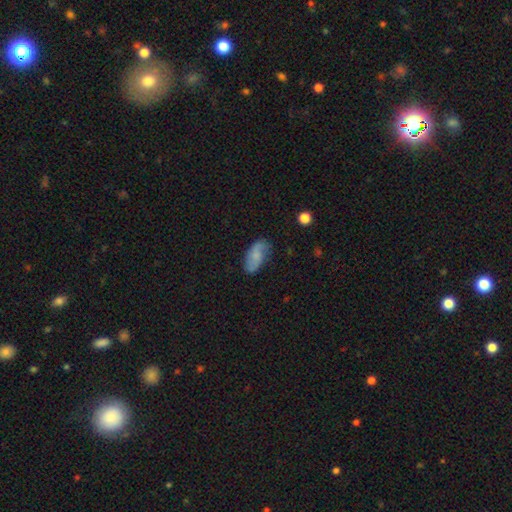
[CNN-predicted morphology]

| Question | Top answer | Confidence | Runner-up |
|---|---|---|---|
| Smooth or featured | smooth | 61% | featured or disk (32%) |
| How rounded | in between | 91% | cigar-shaped (6%) |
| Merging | none | 71% | minor disturbance (22%) |